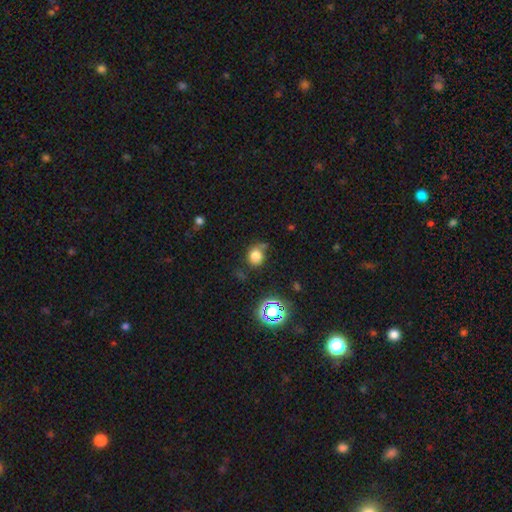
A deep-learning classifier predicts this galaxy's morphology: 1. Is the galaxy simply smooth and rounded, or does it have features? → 76% smooth, 16% star or artifact, 8% featured or disk.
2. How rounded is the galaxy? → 71% round, 28% in between, 1% cigar-shaped.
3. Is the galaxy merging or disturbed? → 60% none, 23% minor disturbance, 8% merger, 8% major disturbance.